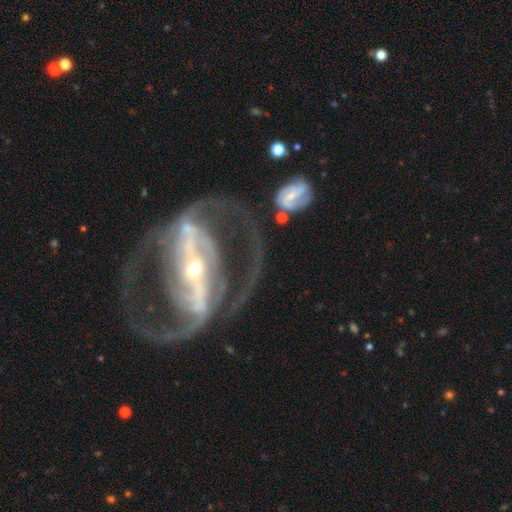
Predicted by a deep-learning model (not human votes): Smooth or featured? Predicted: featured or disk (p=0.91). Edge-on disk? Predicted: no (p=0.93). Bar? Predicted: strong (p=0.81). Spiral arms? Predicted: yes (p=0.89). Spiral winding? Predicted: medium (p=0.50). Spiral arm count? Predicted: 2 (p=0.87). Bulge size? Predicted: small (p=0.70). Merging? Predicted: none (p=0.56).